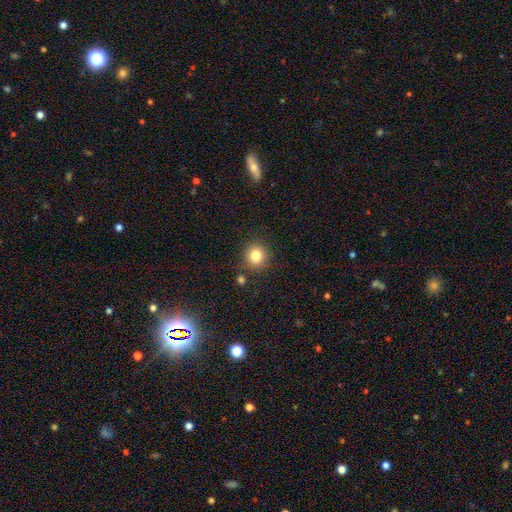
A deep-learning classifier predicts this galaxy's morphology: This appears to be a smooth galaxy with no disk features (82%) that is round (91%). Merging: none (85%).